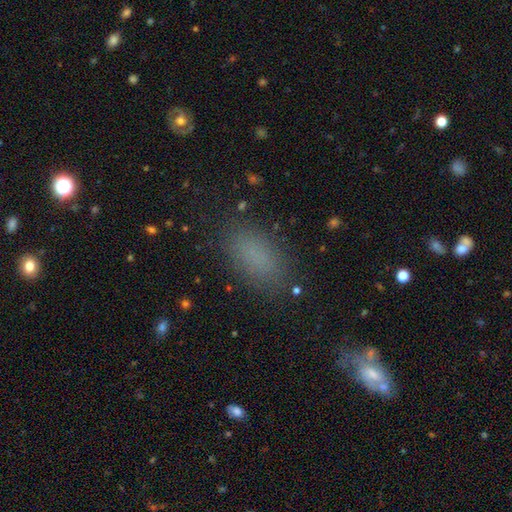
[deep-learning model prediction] A smooth galaxy with no disk features (81%) that is in between round and cigar-shaped (89%).

Vote fractions:
- Smooth or featured? smooth: 81% / star or artifact: 14% / featured or disk: 6%
- How rounded? in between: 89% / round: 6% / cigar-shaped: 5%
- Merging? none: 84% / minor disturbance: 10% / major disturbance: 4% / merger: 2%